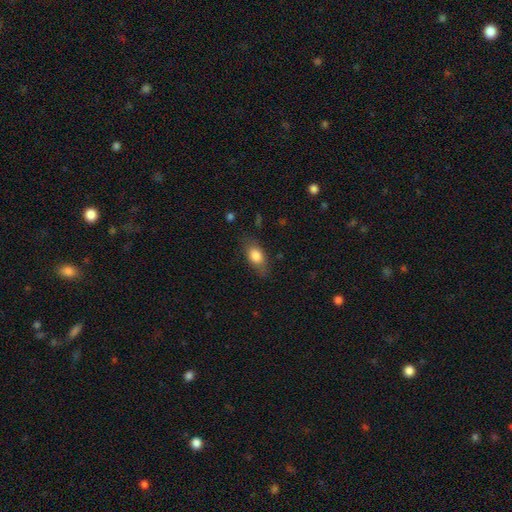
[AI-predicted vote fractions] smooth 78%, featured or disk 15%, star or artifact 7%. Down the decision tree: how rounded — in between (81%); merging — none (75%).